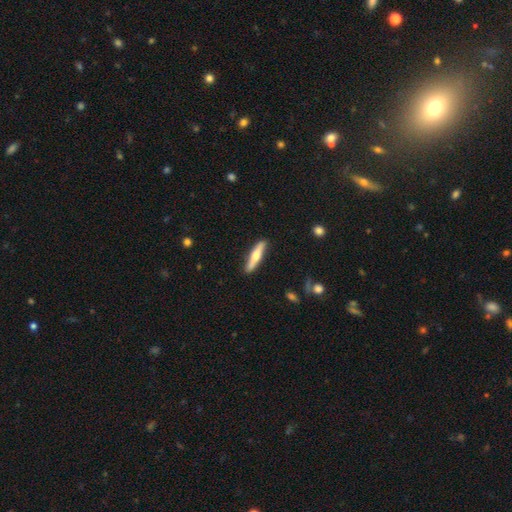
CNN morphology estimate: Smooth or featured?
  - featured or disk: 49% *
  - smooth: 46%
  - star or artifact: 5%
Merging?
  - none: 89% *
  - minor disturbance: 8%
  - major disturbance: 2%
  - merger: 1%